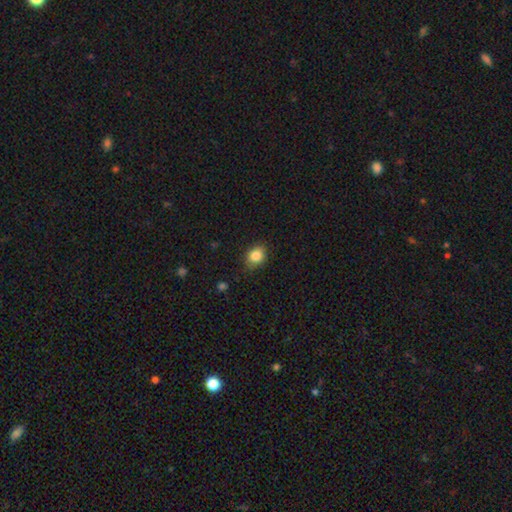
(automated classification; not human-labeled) A smooth galaxy with no disk features (85%) that is round (50%).

Vote fractions:
- Smooth or featured? smooth: 85% / star or artifact: 10% / featured or disk: 6%
- How rounded? round: 50% / in between: 49% / cigar-shaped: 1%
- Merging? none: 80% / minor disturbance: 16% / major disturbance: 3% / merger: 1%